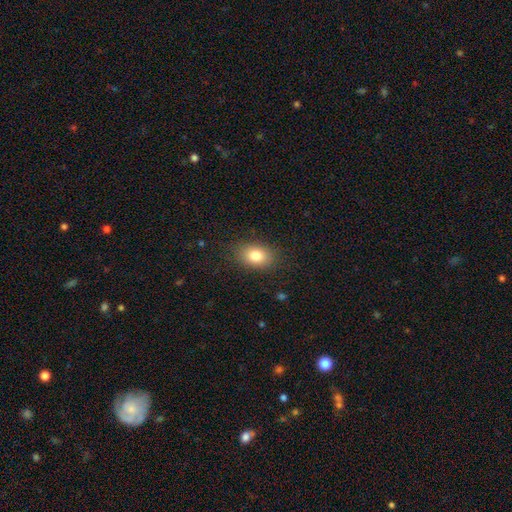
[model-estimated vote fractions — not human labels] Smooth or featured: smooth — 81% (star or artifact — 10%)
How rounded: in between — 75% (round — 24%)
Merging: none — 85% (minor disturbance — 11%)